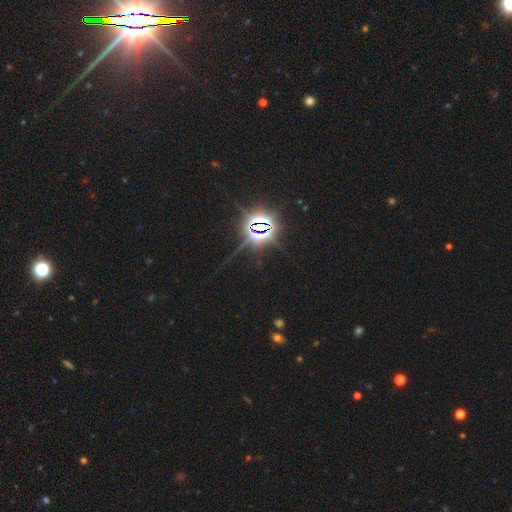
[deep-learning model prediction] This is clearly a star or artifact rather than a galaxy (82%).